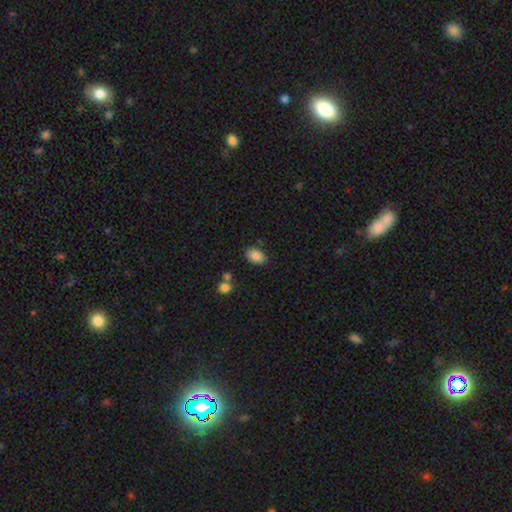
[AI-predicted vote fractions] Overall: smooth (86%). How rounded: in between (88%). Merging: none (78%).